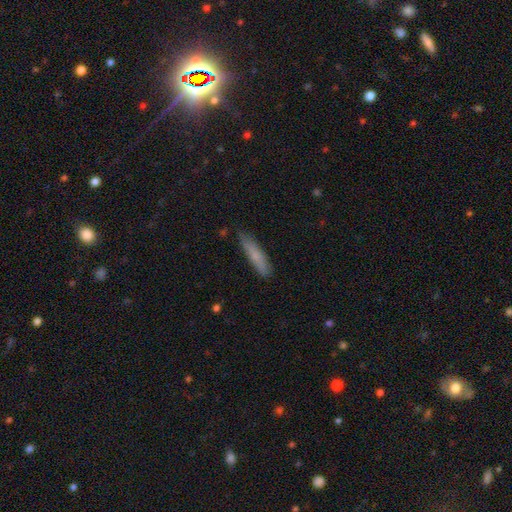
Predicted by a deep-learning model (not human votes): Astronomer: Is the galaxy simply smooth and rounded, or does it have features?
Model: smooth — 74%.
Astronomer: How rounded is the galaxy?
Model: cigar-shaped — 85%.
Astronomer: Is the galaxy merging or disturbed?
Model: none — 81%.